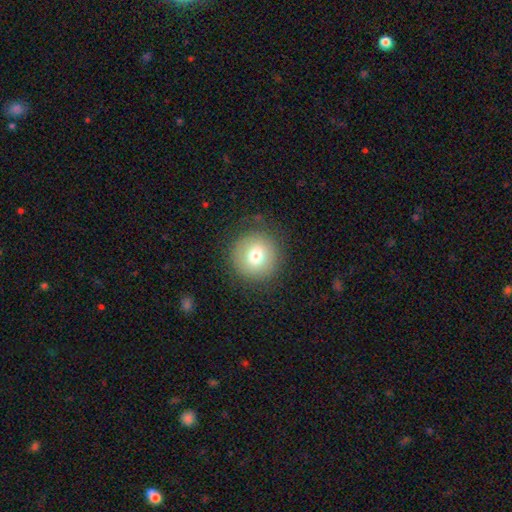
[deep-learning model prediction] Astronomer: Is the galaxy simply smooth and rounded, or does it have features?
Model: smooth — 75%.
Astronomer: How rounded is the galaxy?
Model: round — 95%.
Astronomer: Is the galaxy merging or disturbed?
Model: none — 86%.